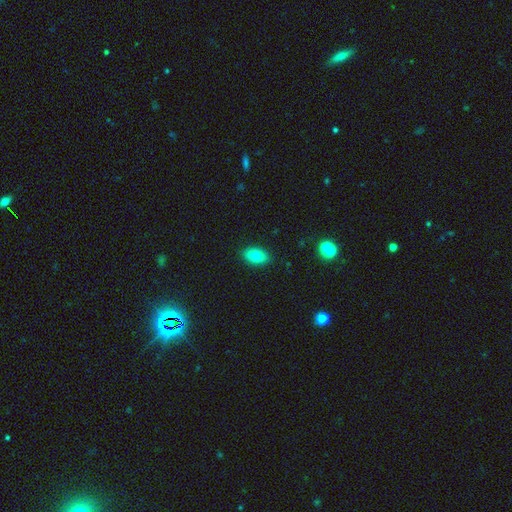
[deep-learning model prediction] smooth_or_featured: smooth (p=0.79) [alt: featured or disk p=0.11]
how_rounded: in between (p=0.89) [alt: round p=0.08]
merging: none (p=0.88) [alt: minor disturbance p=0.09]